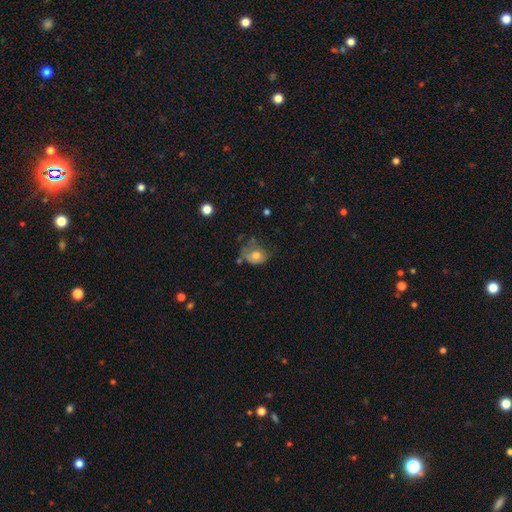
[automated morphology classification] smooth 66%, featured or disk 24%, star or artifact 10%. Down the decision tree: how rounded — in between (54%); merging — minor disturbance (32%, tied with none).